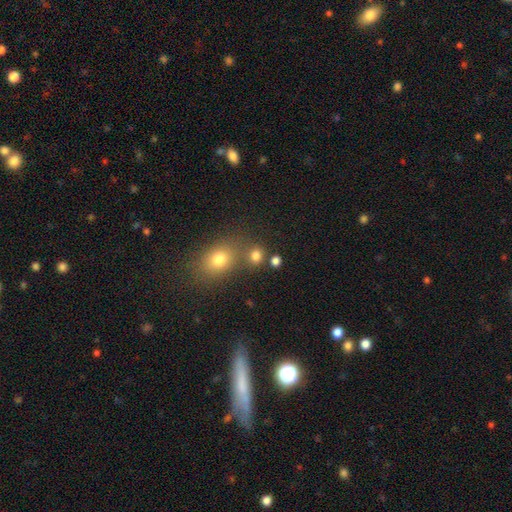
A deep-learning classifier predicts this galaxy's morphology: smooth 78%, star or artifact 15%, featured or disk 7%. Down the decision tree: how rounded — round (69%); merging — none (66%).